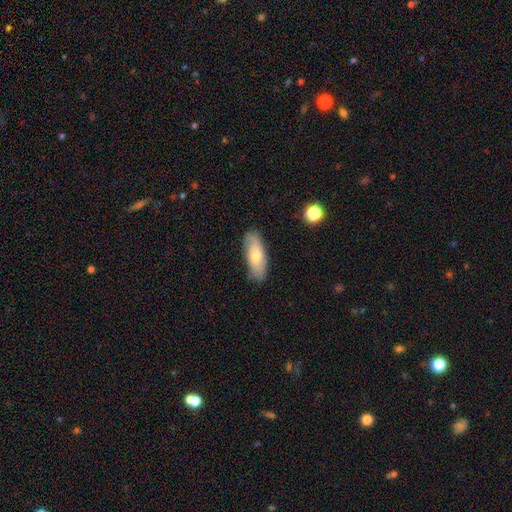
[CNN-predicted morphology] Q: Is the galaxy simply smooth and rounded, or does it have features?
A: smooth — 59%.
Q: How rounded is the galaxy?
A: in between — 71%.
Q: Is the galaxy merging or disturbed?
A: none — 80%.